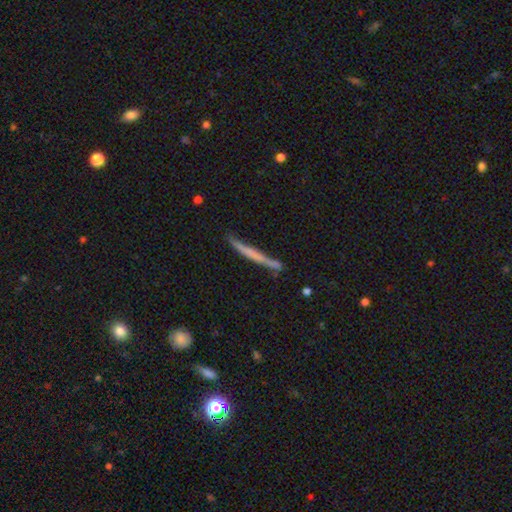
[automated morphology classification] type=smooth (50%); roundness=cigar-shaped (96%); merging=none (73%).